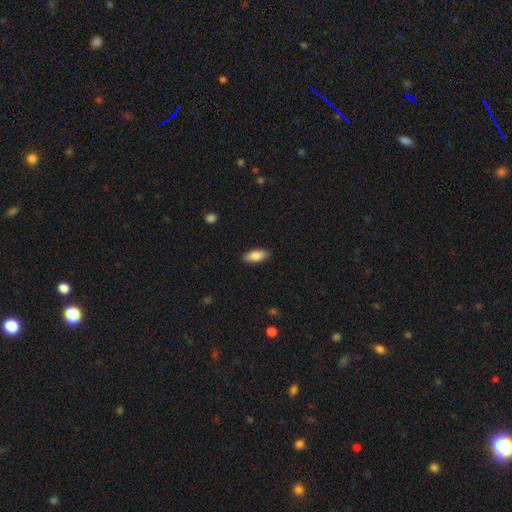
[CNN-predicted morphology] Smooth or featured? smooth (85%)
How rounded? in between (85%)
Merging? none (88%)